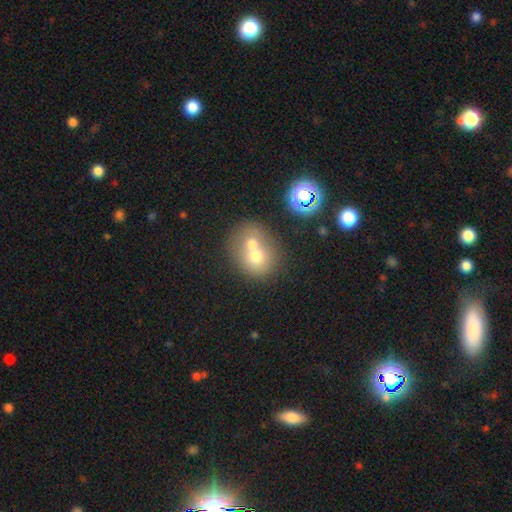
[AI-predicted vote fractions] A smooth galaxy with no disk features (64%) that is round (72%).

Vote fractions:
- Smooth or featured? smooth: 64% / featured or disk: 24% / star or artifact: 12%
- How rounded? round: 72% / in between: 28% / cigar-shaped: 1%
- Merging? merger: 64% / none: 26% / minor disturbance: 7% / major disturbance: 3%